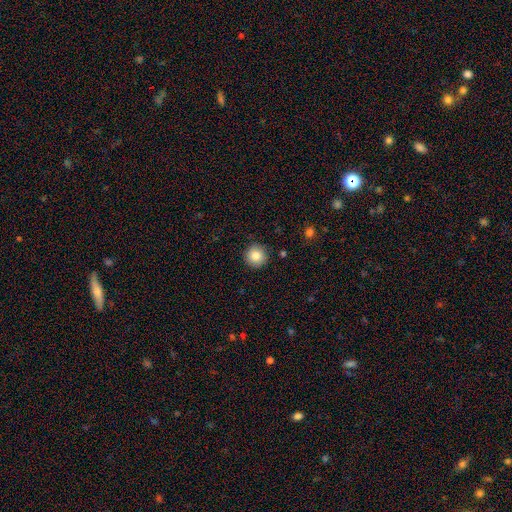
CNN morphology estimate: This is clearly a smooth galaxy (85%). How rounded: clearly round (95%). Merging: clearly none (90%).